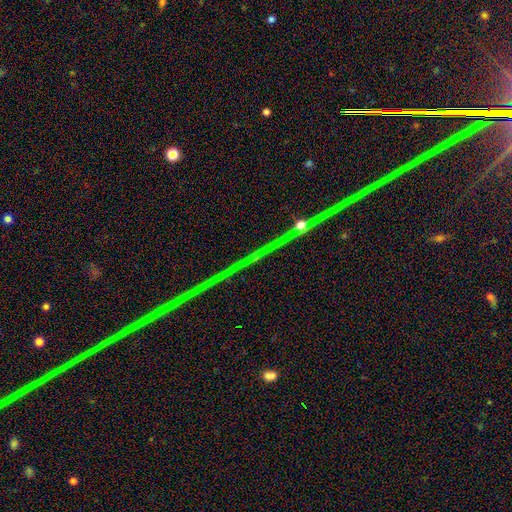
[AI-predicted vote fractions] Smooth or featured? star or artifact (85%)